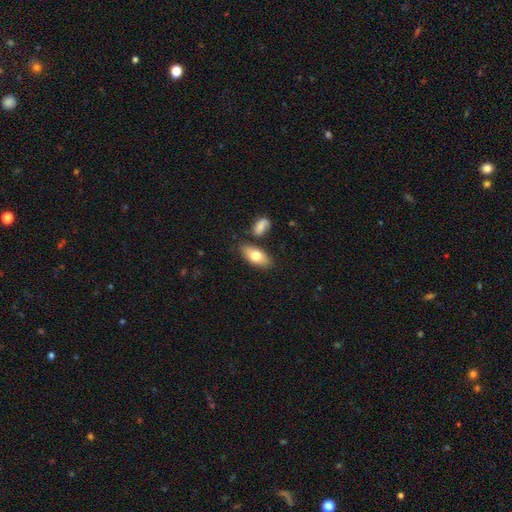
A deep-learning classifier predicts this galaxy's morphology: This is likely a smooth galaxy (73%). How rounded: clearly in between (89%). Merging: likely none (78%).